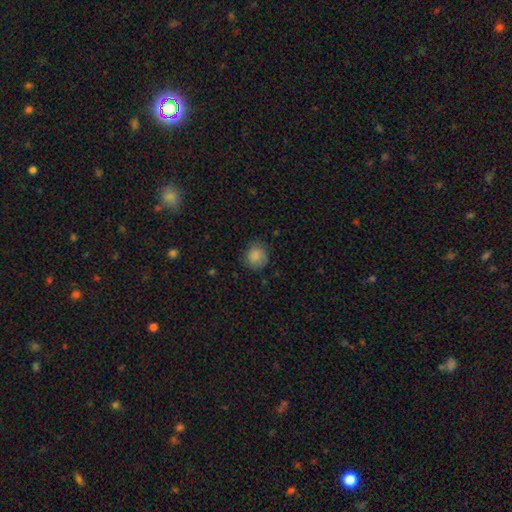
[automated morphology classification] The model was most divided on "merging": none: 77%, minor disturbance: 17%, major disturbance: 4%, merger: 1%. More confident: smooth or featured — smooth (85%); how rounded — round (84%).